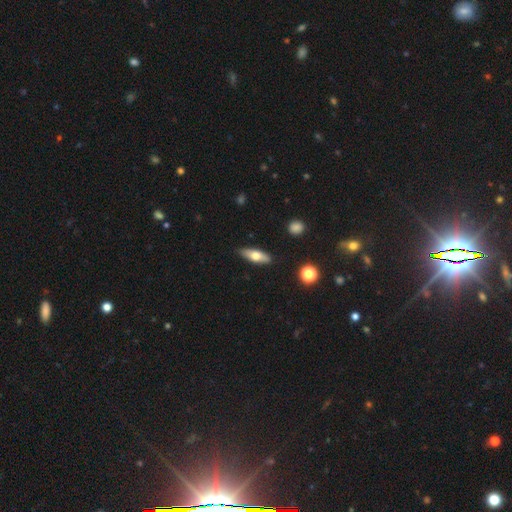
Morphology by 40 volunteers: A smooth galaxy with no disk features (60%) that is in between round and cigar-shaped (75%).

Vote fractions:
- Smooth or featured? smooth: 60% / featured or disk: 40% / star or artifact: 0%
- How rounded? in between: 75% / cigar-shaped: 21% / round: 4%
- Merging? none: 78% / minor disturbance: 15% / merger: 5% / major disturbance: 2%